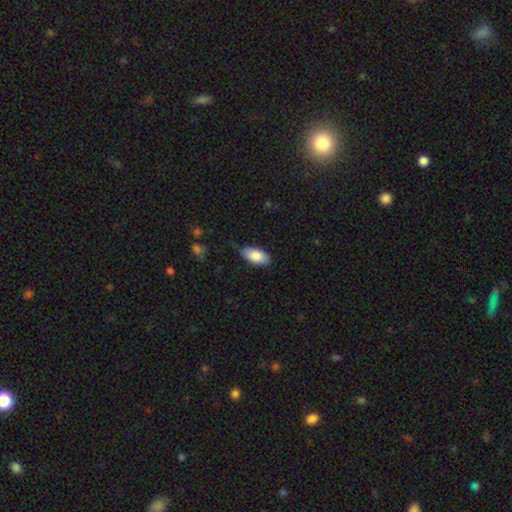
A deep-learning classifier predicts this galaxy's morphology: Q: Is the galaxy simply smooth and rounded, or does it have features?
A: smooth — 86%.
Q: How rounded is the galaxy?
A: in between — 93%.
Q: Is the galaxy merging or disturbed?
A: none — 82%.